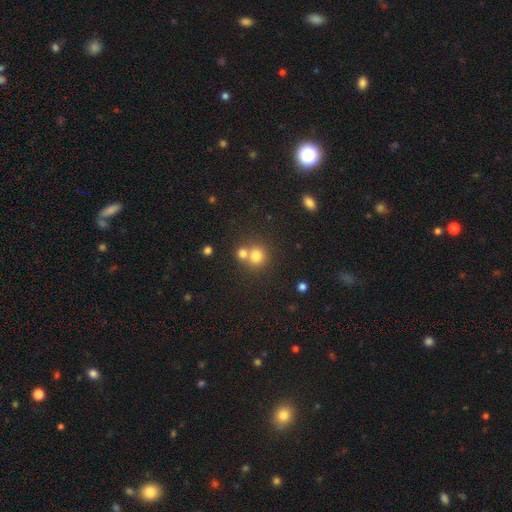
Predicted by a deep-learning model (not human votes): Q: Smooth or featured?
A: smooth (77%); runner-up: star or artifact (14%)
Q: How rounded?
A: round (88%); runner-up: in between (11%)
Q: Merging?
A: none (50%); runner-up: merger (41%)